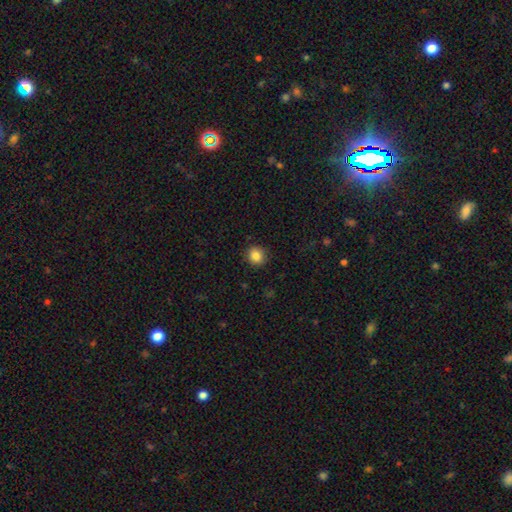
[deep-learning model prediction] Q: Smooth or featured?
A: smooth (85%); runner-up: star or artifact (10%)
Q: How rounded?
A: round (87%); runner-up: in between (12%)
Q: Merging?
A: none (90%); runner-up: minor disturbance (7%)